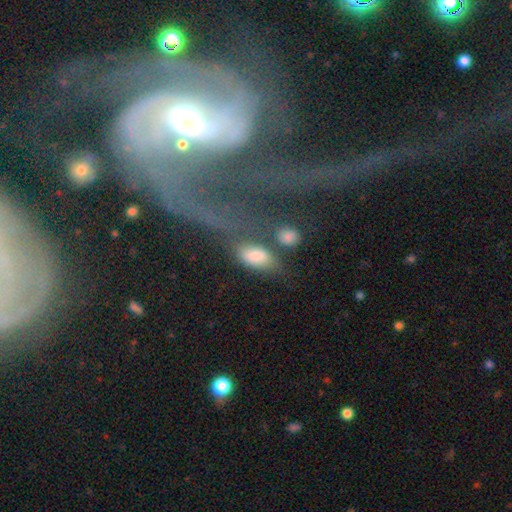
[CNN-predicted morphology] Smooth or featured: smooth — 77% (featured or disk — 15%)
How rounded: in between — 85% (cigar-shaped — 9%)
Merging: none — 50% (minor disturbance — 20%)